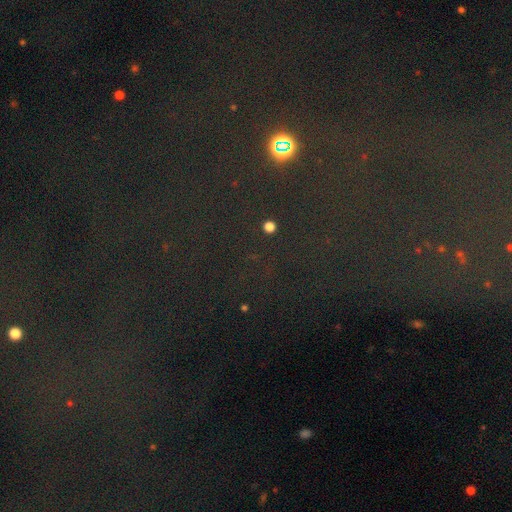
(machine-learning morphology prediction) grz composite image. It shows a star or artifact, not a galaxy (78%).